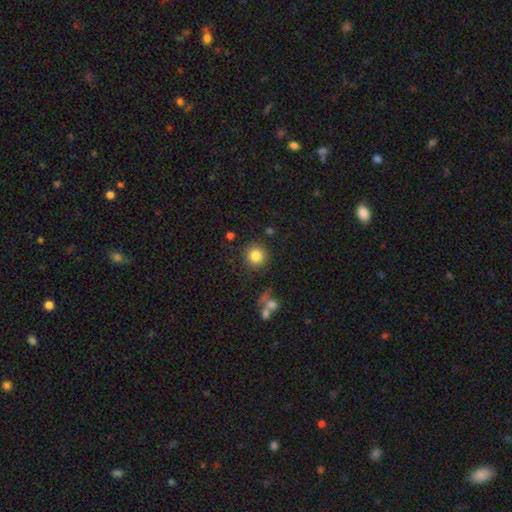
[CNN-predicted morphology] Smooth or featured?
  - smooth: 83% *
  - star or artifact: 11%
  - featured or disk: 7%
How rounded?
  - round: 93% *
  - in between: 6%
  - cigar-shaped: 1%
Merging?
  - none: 85% *
  - minor disturbance: 8%
  - major disturbance: 4%
  - merger: 3%